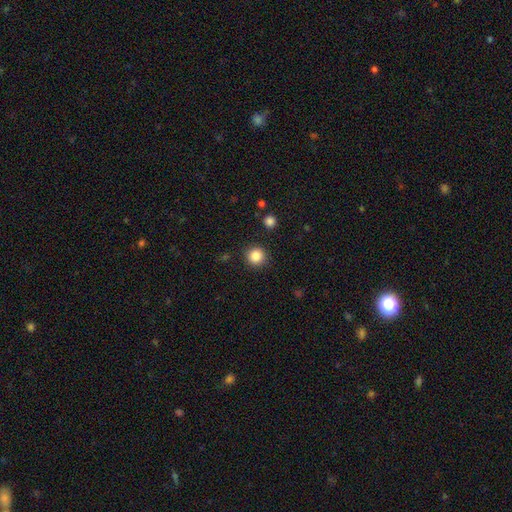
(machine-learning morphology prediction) Smooth or featured: smooth — 85% (star or artifact — 11%)
How rounded: round — 94% (in between — 5%)
Merging: none — 91% (minor disturbance — 6%)